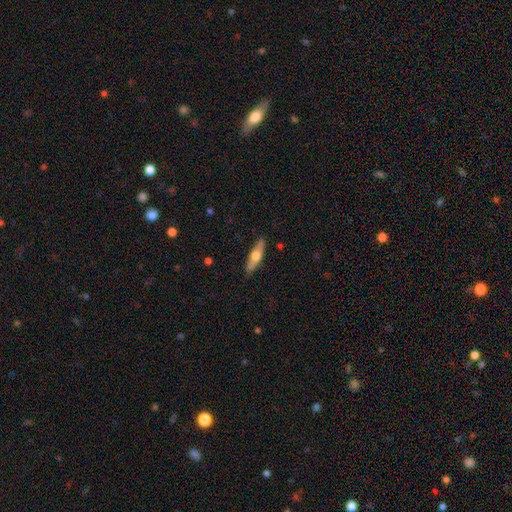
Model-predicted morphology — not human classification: Smooth or featured?
  - featured or disk: 48% *
  - smooth: 47%
  - star or artifact: 5%
Merging?
  - none: 89% *
  - minor disturbance: 8%
  - major disturbance: 2%
  - merger: 1%